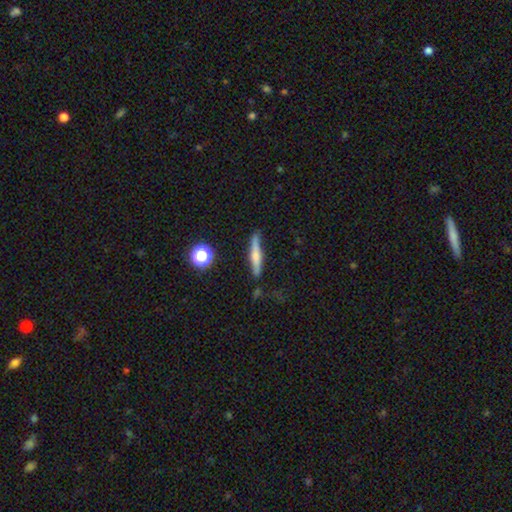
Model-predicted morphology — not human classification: Overall: smooth (48%; featured or disk 44%). Merging: none (84%).